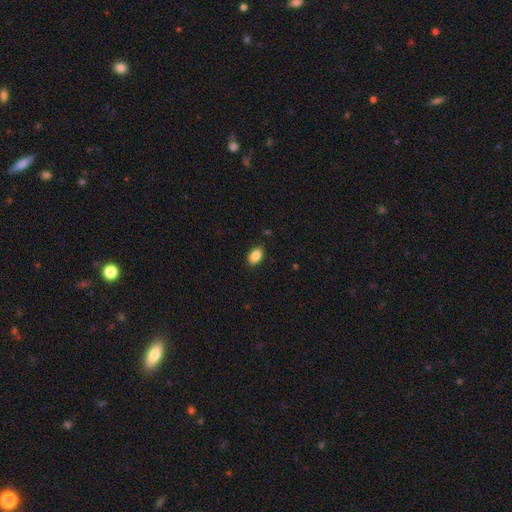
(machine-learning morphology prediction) type=smooth (87%); roundness=in between (89%); merging=none (87%).